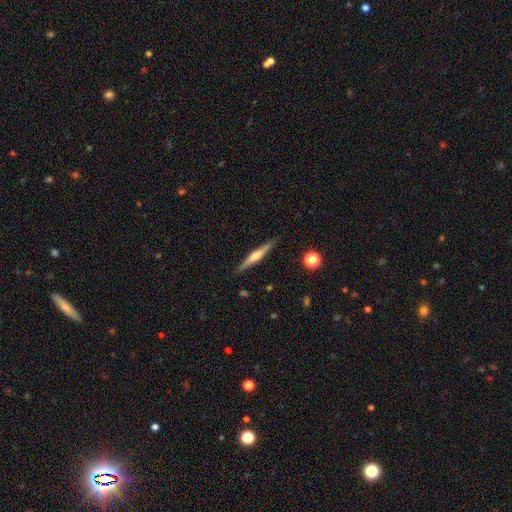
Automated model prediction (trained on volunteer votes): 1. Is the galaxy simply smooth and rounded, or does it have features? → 63% featured or disk, 31% smooth, 6% star or artifact.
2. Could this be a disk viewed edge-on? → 98% yes, 2% no.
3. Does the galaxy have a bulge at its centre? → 75% rounded, 13% none, 12% boxy.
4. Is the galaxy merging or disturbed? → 90% none, 8% minor disturbance, 2% major disturbance, 1% merger.